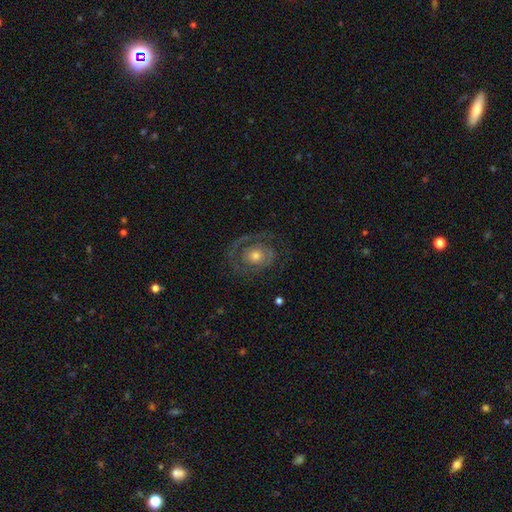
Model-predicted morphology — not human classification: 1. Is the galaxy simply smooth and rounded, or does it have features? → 68% featured or disk, 25% smooth, 7% star or artifact.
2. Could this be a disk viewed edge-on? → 96% no, 4% yes.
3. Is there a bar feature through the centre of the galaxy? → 84% no, 13% weak, 3% strong.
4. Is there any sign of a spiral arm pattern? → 63% yes, 37% no.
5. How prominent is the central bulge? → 61% moderate, 29% small, 7% large, 2% none, 1% dominant.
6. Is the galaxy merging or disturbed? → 66% none, 16% major disturbance, 16% minor disturbance, 1% merger.